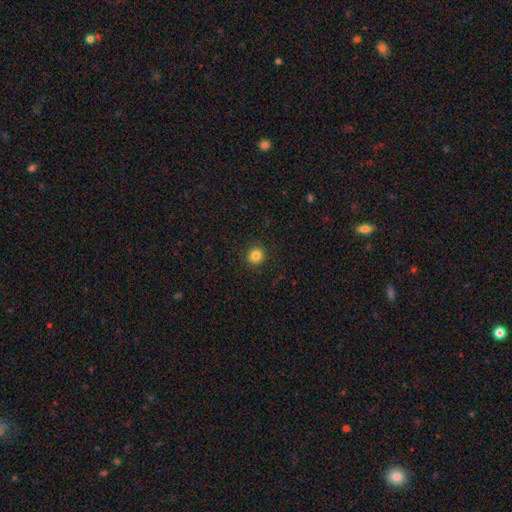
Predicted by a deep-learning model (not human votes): smooth_or_featured: smooth (p=0.84) [alt: star or artifact p=0.11]
how_rounded: round (p=0.89) [alt: in between p=0.10]
merging: none (p=0.91) [alt: minor disturbance p=0.06]